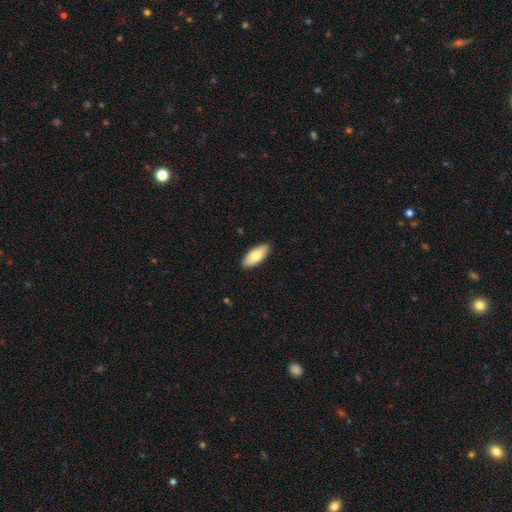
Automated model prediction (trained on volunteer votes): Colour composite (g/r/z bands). It shows a smooth galaxy with no disk features (78%) that is in between round and cigar-shaped (85%). Merging: none (90%).